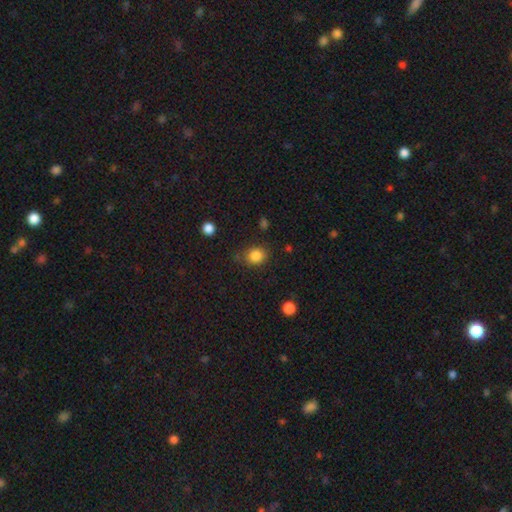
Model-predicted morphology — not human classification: Overall: smooth (84%). How rounded: round (69%; in between 30%). Merging: none (75%).